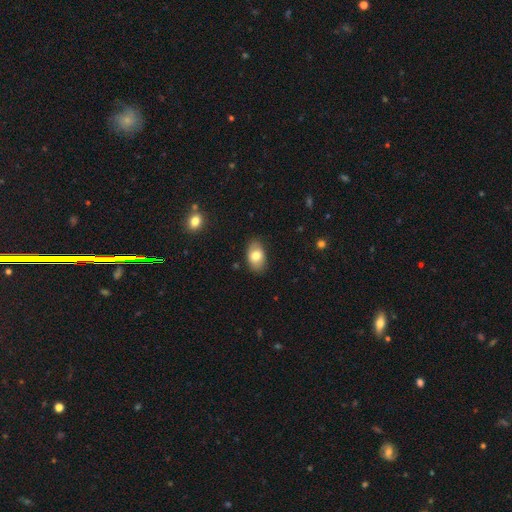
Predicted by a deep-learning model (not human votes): Smooth or featured: smooth — 78% (featured or disk — 15%)
How rounded: in between — 90% (round — 9%)
Merging: none — 84% (minor disturbance — 12%)